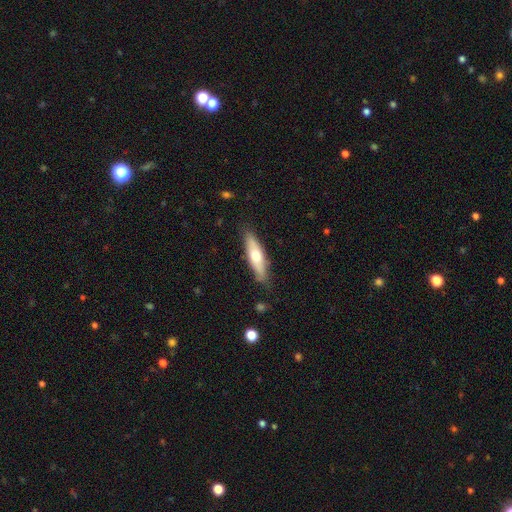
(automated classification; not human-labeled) Smooth or featured?
  - smooth: 55% *
  - featured or disk: 40%
  - star or artifact: 6%
How rounded?
  - cigar-shaped: 61% *
  - in between: 37%
  - round: 2%
Merging?
  - none: 81% *
  - minor disturbance: 15%
  - major disturbance: 3%
  - merger: 2%